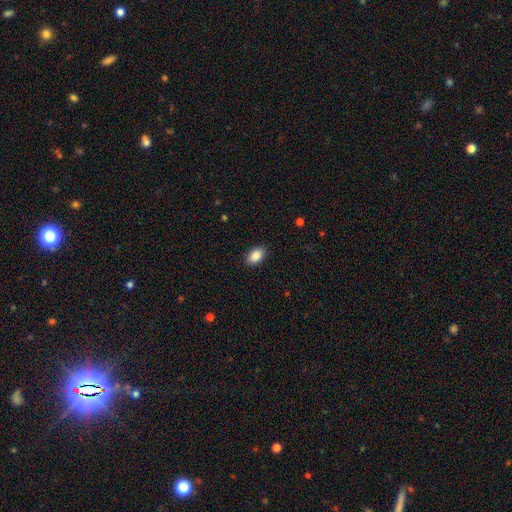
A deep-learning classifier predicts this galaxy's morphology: A smooth galaxy with no disk features (88%) that is in between round and cigar-shaped (91%).

Vote fractions:
- Smooth or featured? smooth: 88% / star or artifact: 7% / featured or disk: 5%
- How rounded? in between: 91% / round: 7% / cigar-shaped: 2%
- Merging? none: 89% / minor disturbance: 8% / major disturbance: 2% / merger: 1%